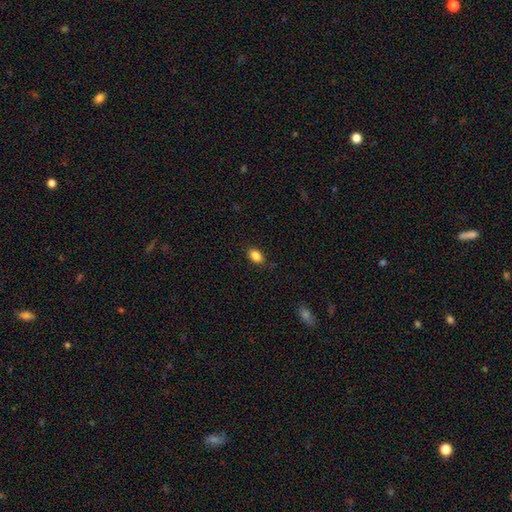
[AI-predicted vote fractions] A smooth galaxy with no disk features (86%) that is in between round and cigar-shaped (87%). Merging: none (86%).